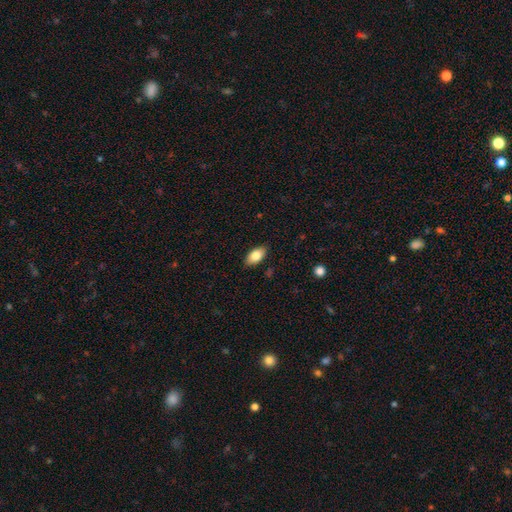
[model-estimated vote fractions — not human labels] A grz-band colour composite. It shows a smooth galaxy with no disk features (81%) that is in between round and cigar-shaped (92%). Merging: none (87%).